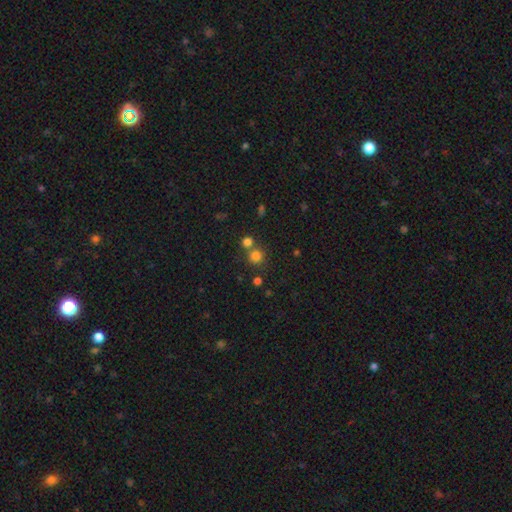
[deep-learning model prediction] Q: Smooth or featured?
A: smooth (77%); runner-up: star or artifact (16%)
Q: How rounded?
A: round (91%); runner-up: in between (8%)
Q: Merging?
A: none (65%); runner-up: merger (25%)